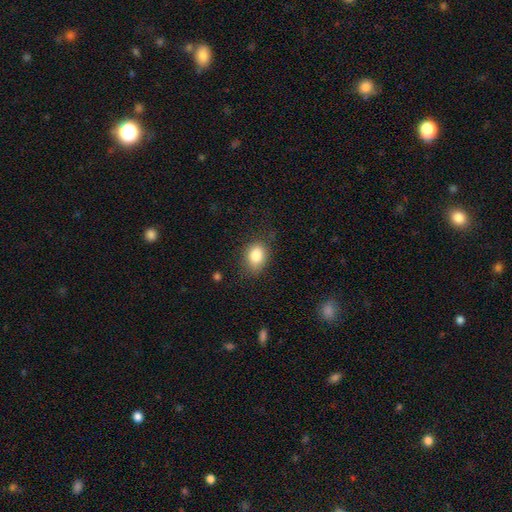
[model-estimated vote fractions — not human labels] Overall: smooth (82%). How rounded: in between (66%; round 33%). Merging: none (74%).